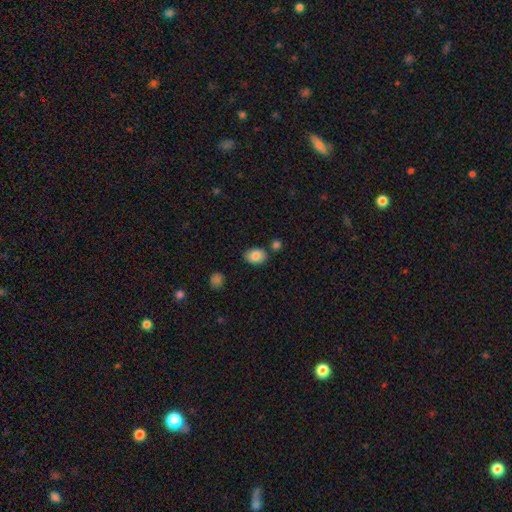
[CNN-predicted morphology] This appears to be a smooth galaxy with no disk features (85%) that is in between round and cigar-shaped (73%). Merging: none (77%).